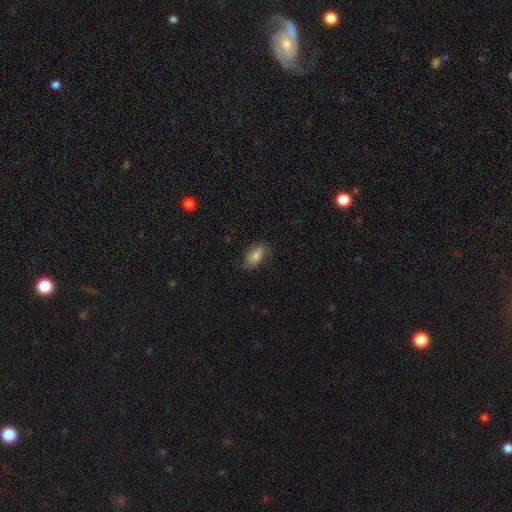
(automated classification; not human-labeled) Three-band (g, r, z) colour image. It shows a smooth galaxy with no disk features (73%) that is in between round and cigar-shaped (89%). Merging: none (74%).